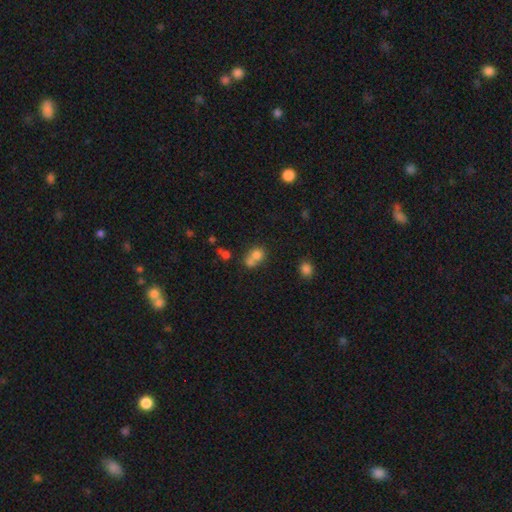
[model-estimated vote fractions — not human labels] This appears to be a smooth galaxy with no disk features (73%) that is round (72%). Merging: merger (58%).